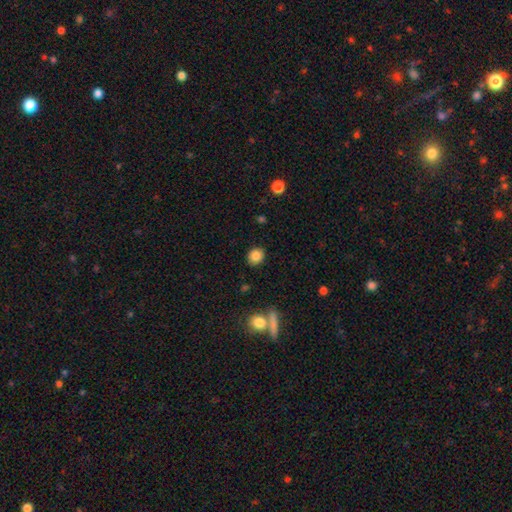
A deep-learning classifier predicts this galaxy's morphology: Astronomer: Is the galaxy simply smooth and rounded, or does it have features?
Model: smooth — 85%.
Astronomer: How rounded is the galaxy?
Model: round — 73%.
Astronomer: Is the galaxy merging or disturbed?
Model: none — 88%.